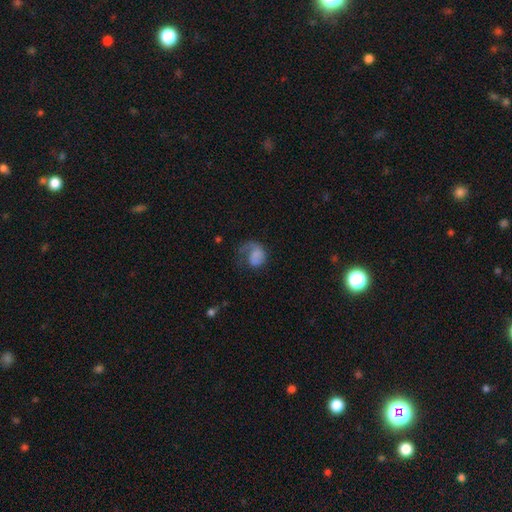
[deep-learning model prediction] smooth 50%, featured or disk 41%, star or artifact 9%. Down the decision tree: how rounded — round (51%); merging — major disturbance (49%).